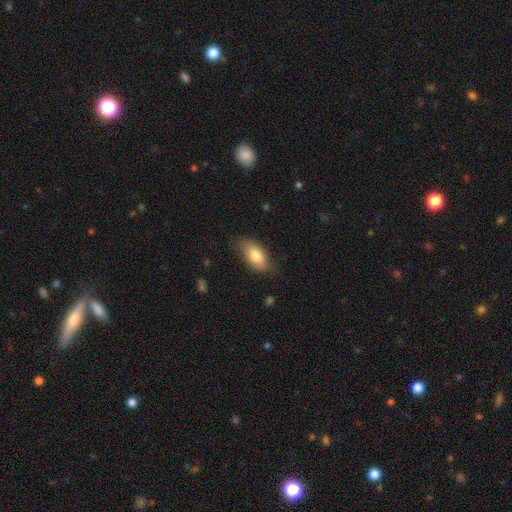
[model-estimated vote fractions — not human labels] Morphology: type=smooth (78%); roundness=in between (90%); merging=none (77%).